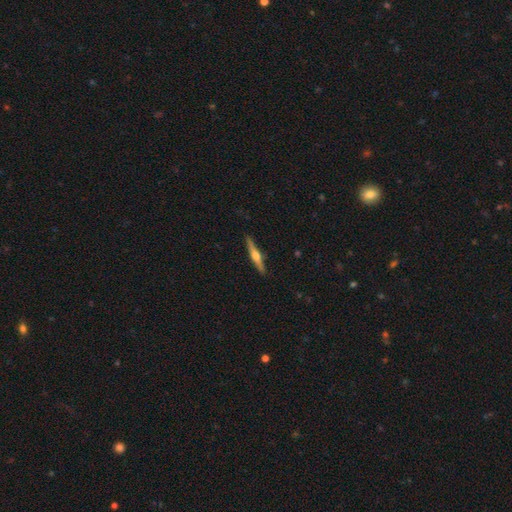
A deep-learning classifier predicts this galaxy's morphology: Smooth or featured?
  - featured or disk: 69% *
  - smooth: 26%
  - star or artifact: 6%
Edge-on disk?
  - yes: 98% *
  - no: 2%
Edge-on bulge?
  - rounded: 91% *
  - boxy: 5%
  - none: 4%
Merging?
  - none: 90% *
  - minor disturbance: 7%
  - major disturbance: 2%
  - merger: 1%